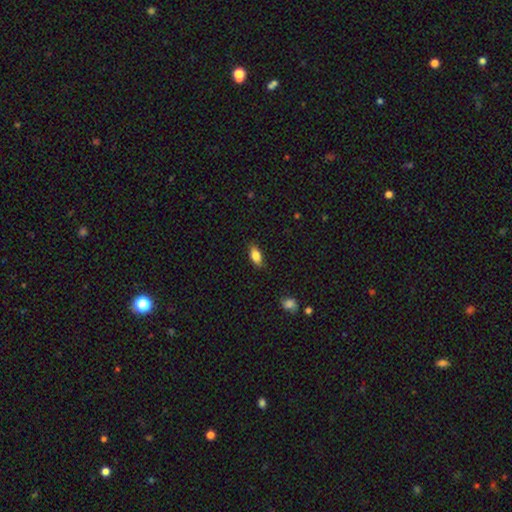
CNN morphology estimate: The model was most divided on "merging": none: 82%, minor disturbance: 14%, major disturbance: 3%, merger: 1%. More confident: how rounded — in between (86%); smooth or featured — smooth (82%).